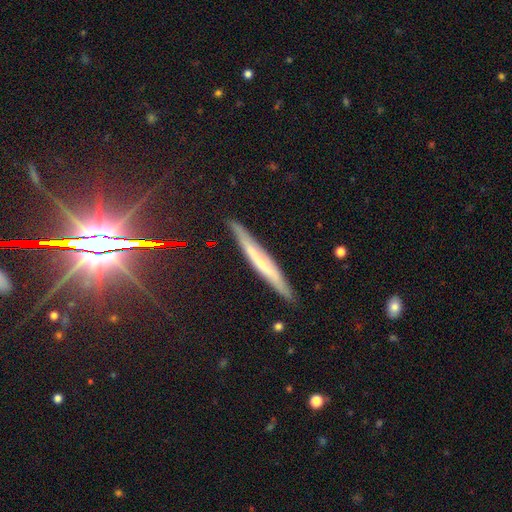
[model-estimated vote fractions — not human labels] Smooth or featured? featured or disk (50%)
Edge-on disk? yes (91%)
Merging? none (87%)